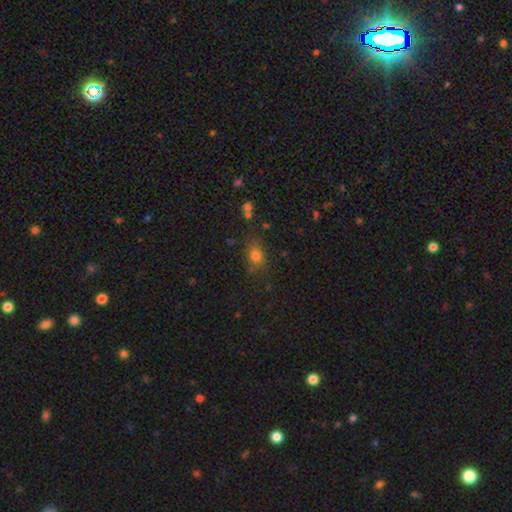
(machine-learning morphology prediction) A smooth galaxy with no disk features (75%) that is in between round and cigar-shaped (61%). Merging: none (74%).